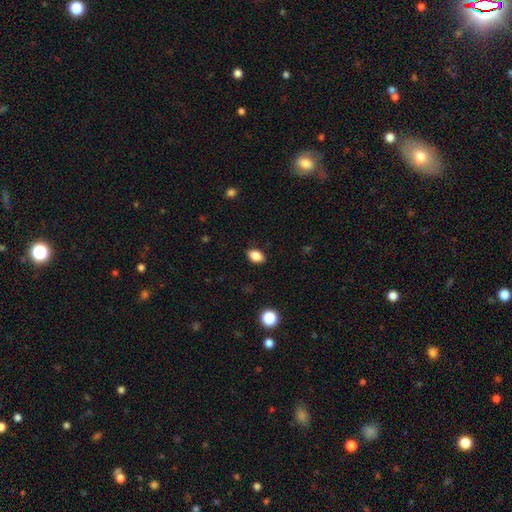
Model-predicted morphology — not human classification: A smooth galaxy with no disk features (86%) that is in between round and cigar-shaped (85%).

Vote fractions:
- Smooth or featured? smooth: 86% / star or artifact: 9% / featured or disk: 5%
- How rounded? in between: 85% / round: 13% / cigar-shaped: 2%
- Merging? none: 87% / minor disturbance: 9% / major disturbance: 2% / merger: 1%